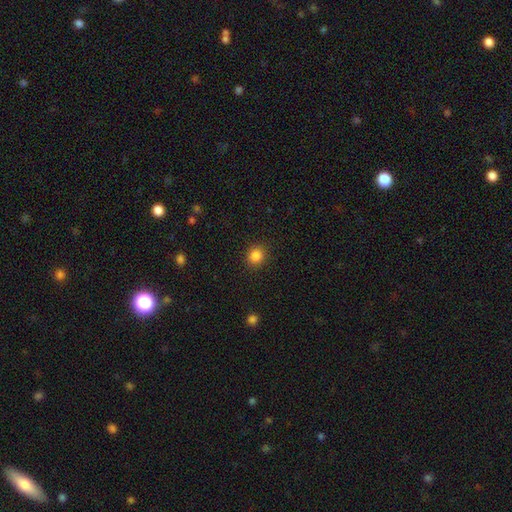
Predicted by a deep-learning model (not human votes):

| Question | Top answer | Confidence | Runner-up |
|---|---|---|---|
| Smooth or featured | smooth | 85% | star or artifact (11%) |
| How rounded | round | 83% | in between (16%) |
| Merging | none | 90% | minor disturbance (6%) |